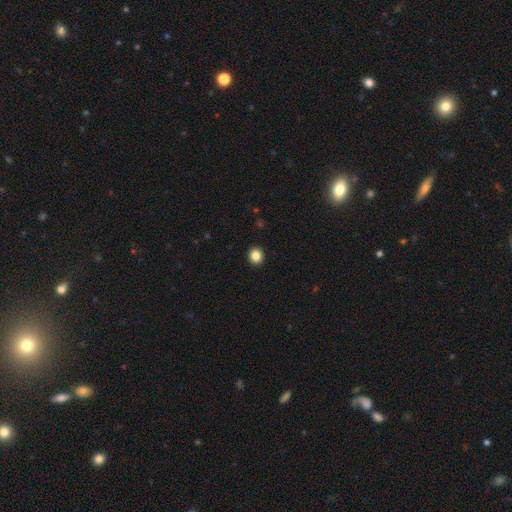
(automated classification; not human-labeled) This is clearly a smooth galaxy (85%). How rounded: clearly round (87%). Merging: clearly none (93%).